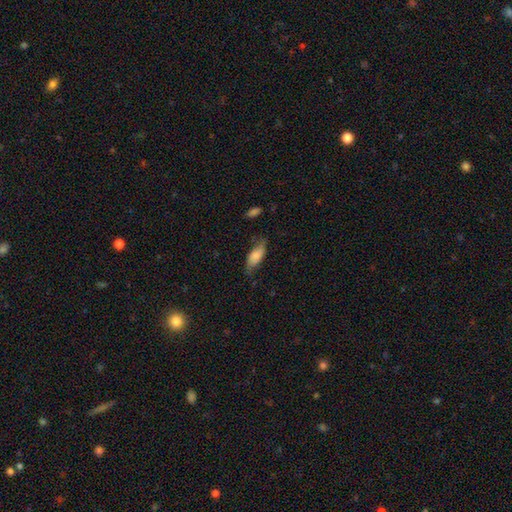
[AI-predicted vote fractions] This is likely a smooth galaxy (67%). How rounded: likely in between (79%). Merging: possibly none (60%).